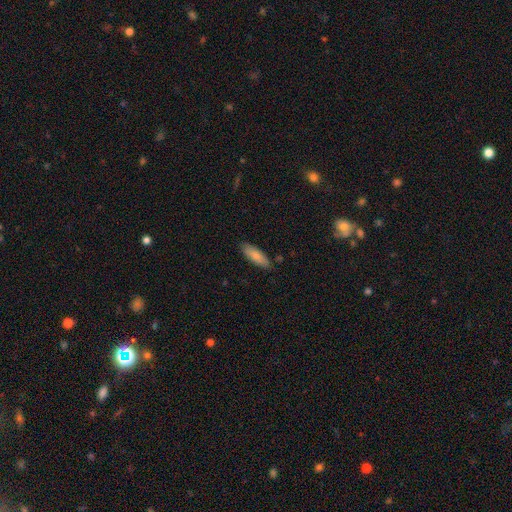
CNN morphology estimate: This appears to be a smooth galaxy with no disk features (83%) that is in between round and cigar-shaped (54%). Merging: none (84%).